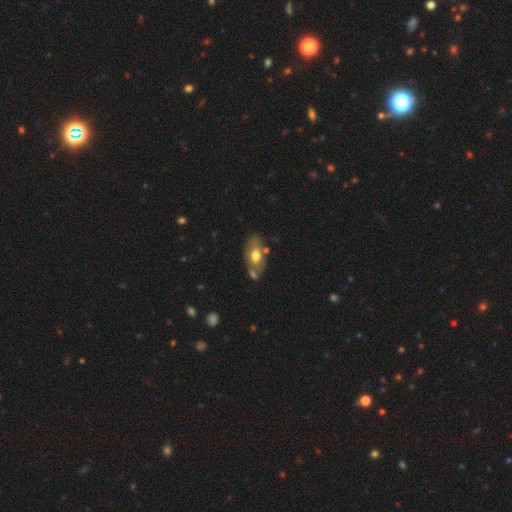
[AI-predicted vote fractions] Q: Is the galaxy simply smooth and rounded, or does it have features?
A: smooth — 60%.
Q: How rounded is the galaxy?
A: in between — 88%.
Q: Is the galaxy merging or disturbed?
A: none — 57%.